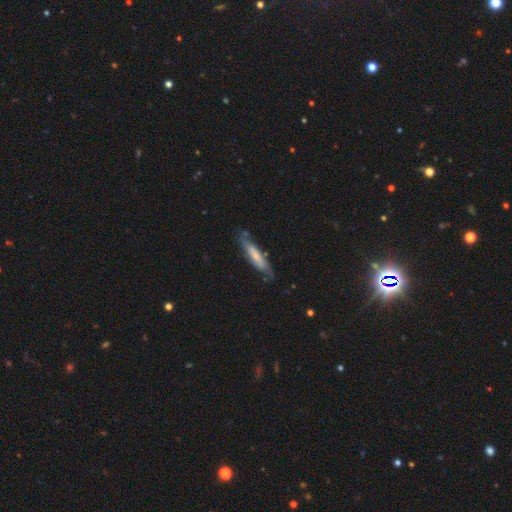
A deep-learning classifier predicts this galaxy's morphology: Smooth or featured? smooth (49%)
Merging? none (69%)